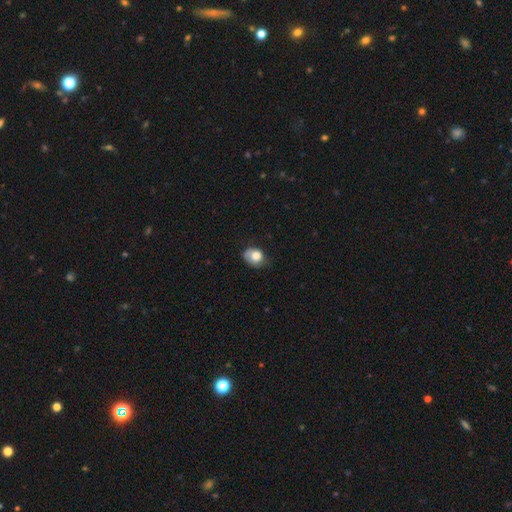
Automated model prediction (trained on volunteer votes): The model was most divided on "how rounded": round: 52%, in between: 47%, cigar-shaped: 1%. Remaining: smooth or featured — smooth (75%); merging — none (50%).